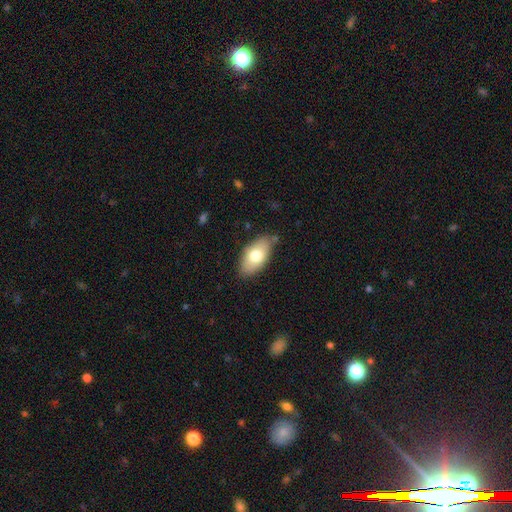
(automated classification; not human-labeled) A smooth galaxy with no disk features (73%) that is in between round and cigar-shaped (92%). Merging: none (79%).